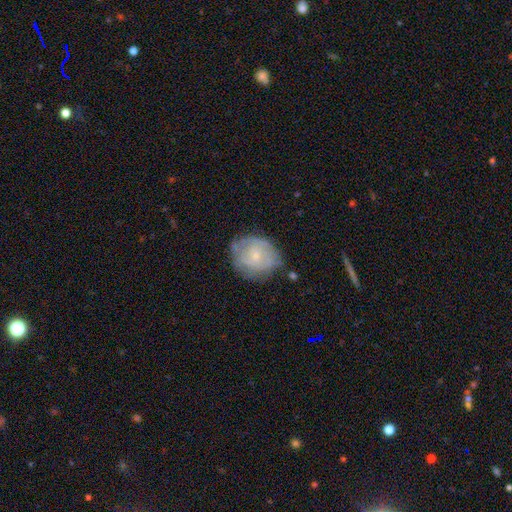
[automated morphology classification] A featured or disk galaxy (52%) with no bar (79%), spiral arms (62%) and a small central bulge (73%).

Vote fractions:
- Smooth or featured? featured or disk: 52% / smooth: 41% / star or artifact: 7%
- Edge-on disk? no: 97% / yes: 3%
- Bar? no: 79% / weak: 18% / strong: 3%
- Spiral arms? yes: 62% / no: 38%
- Bulge size? small: 73% / moderate: 20% / none: 5% / large: 1% / dominant: 1%
- Merging? none: 66% / minor disturbance: 24% / major disturbance: 8% / merger: 2%